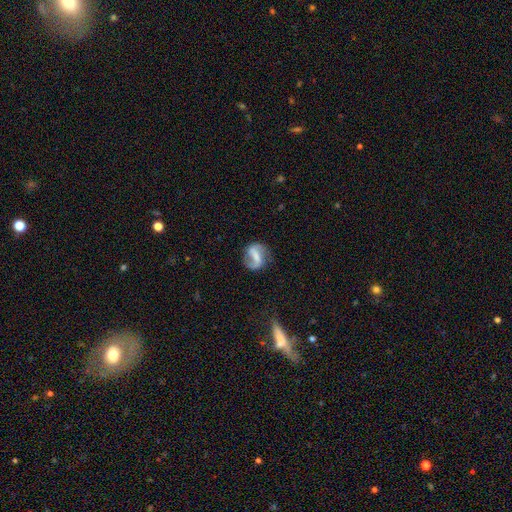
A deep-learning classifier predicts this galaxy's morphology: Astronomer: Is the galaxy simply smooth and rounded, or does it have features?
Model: featured or disk — 73%.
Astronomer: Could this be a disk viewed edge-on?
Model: no — 97%.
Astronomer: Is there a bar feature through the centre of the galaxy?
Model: strong — 50% (runner-up: weak, 34%).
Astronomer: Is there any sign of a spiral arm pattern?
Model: yes — 89%.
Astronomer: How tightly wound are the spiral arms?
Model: loose — 47% (runner-up: medium, 38%).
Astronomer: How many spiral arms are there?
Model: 2 — 82%.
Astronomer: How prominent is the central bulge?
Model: none — 37% (runner-up: small, 30%).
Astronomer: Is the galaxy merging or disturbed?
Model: none — 70%.